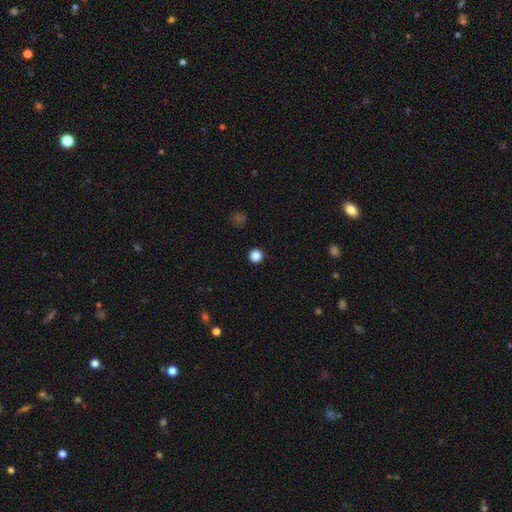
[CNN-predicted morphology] The model was most divided on "smooth or featured": smooth: 85%, star or artifact: 12%, featured or disk: 3%. More confident: how rounded — round (96%); merging — none (93%).